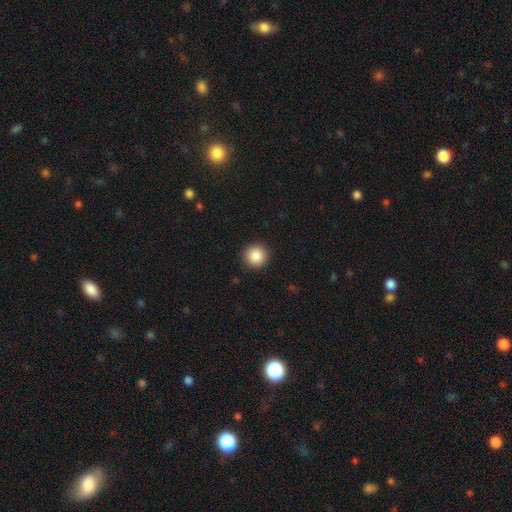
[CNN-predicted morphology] smooth-or-featured: smooth: 88% | star or artifact: 9% | featured or disk: 3%
  how-rounded: round: 95% | in between: 4% | cigar-shaped: 1%
  merging: none: 92% | minor disturbance: 5% | major disturbance: 2% | merger: 1%